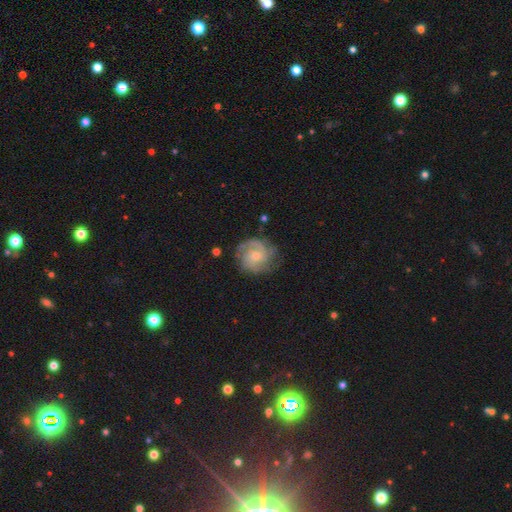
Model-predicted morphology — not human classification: type=featured or disk (81%); edge-on=no (98%); bar=no (71%); spiral arms=yes (96%); winding=tight (54%); arm count=2 (36%); bulge=small (60%); merging=none (75%).